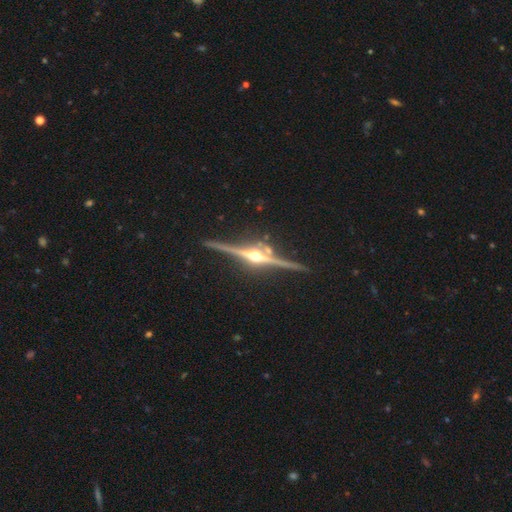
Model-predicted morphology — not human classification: Smooth or featured?
  - featured or disk: 90% *
  - star or artifact: 6%
  - smooth: 4%
Edge-on disk?
  - yes: 98% *
  - no: 2%
Edge-on bulge?
  - rounded: 96% *
  - boxy: 2%
  - none: 2%
Merging?
  - none: 88% *
  - minor disturbance: 7%
  - merger: 3%
  - major disturbance: 2%